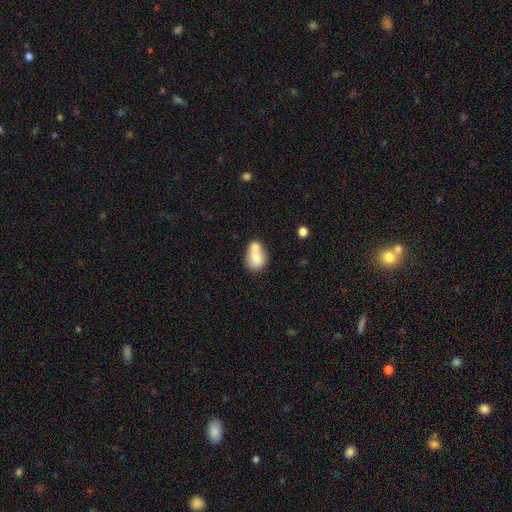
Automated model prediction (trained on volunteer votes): smooth 70%, featured or disk 22%, star or artifact 8%. Down the decision tree: how rounded — in between (56%); merging — merger (63%).